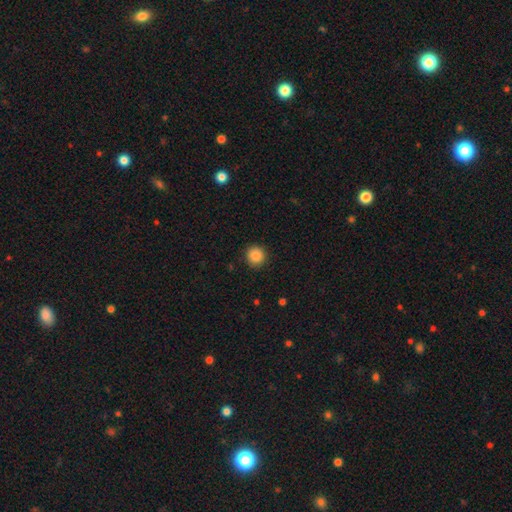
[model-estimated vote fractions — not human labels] Smooth or featured? smooth (87%)
How rounded? round (93%)
Merging? none (91%)